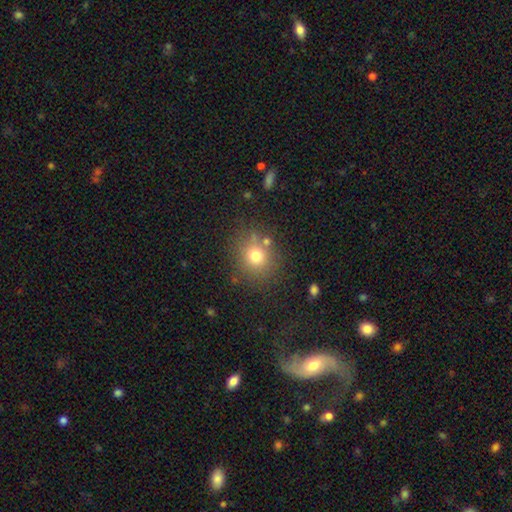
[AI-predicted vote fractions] smooth 74%, star or artifact 15%, featured or disk 10%. Down the decision tree: how rounded — round (82%); merging — none (78%).